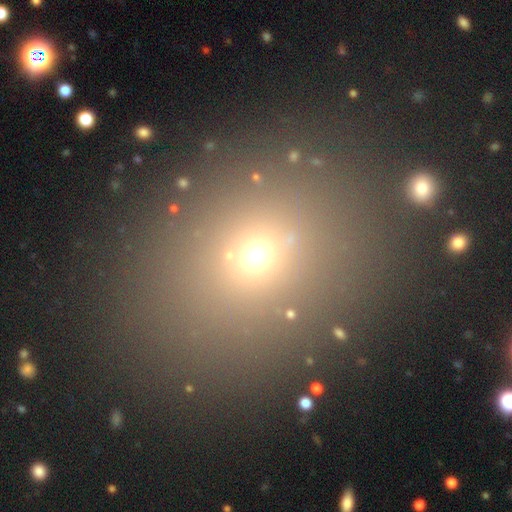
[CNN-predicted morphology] type=smooth (64%); roundness=round (62%); merging=none (78%).